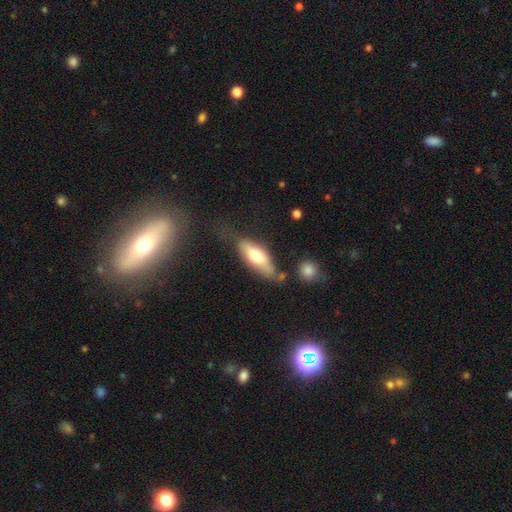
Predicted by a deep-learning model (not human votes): smooth 62%, featured or disk 32%, star or artifact 6%. Down the decision tree: how rounded — in between (67%); merging — none (53%).